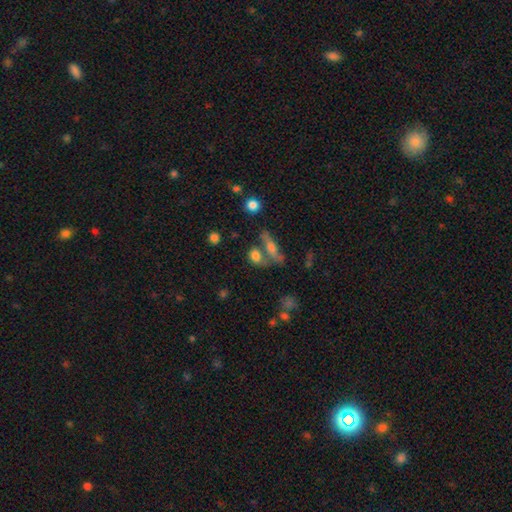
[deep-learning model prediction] A smooth galaxy with no disk features (73%) that is in between round and cigar-shaped (52%). Merging: none (46%).